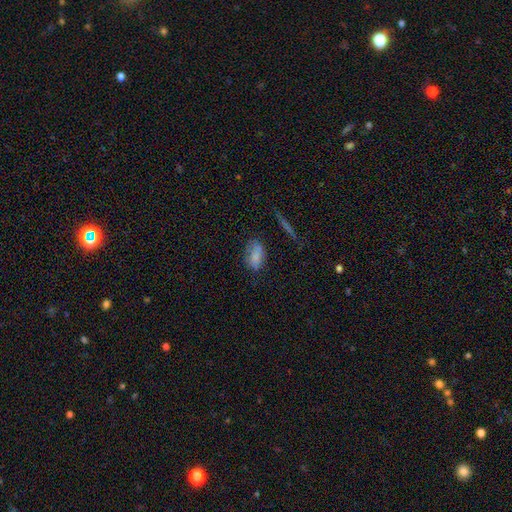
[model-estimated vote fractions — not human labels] smooth 77%, featured or disk 13%, star or artifact 11%. Down the decision tree: how rounded — in between (88%); merging — none (59%).